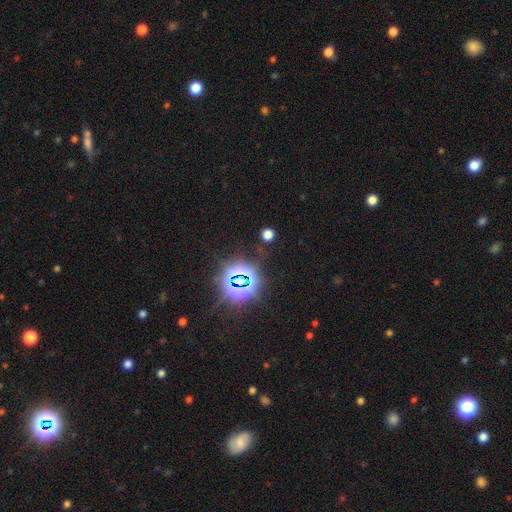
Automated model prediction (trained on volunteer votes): Q: Smooth or featured?
A: star or artifact (83%); runner-up: smooth (11%)